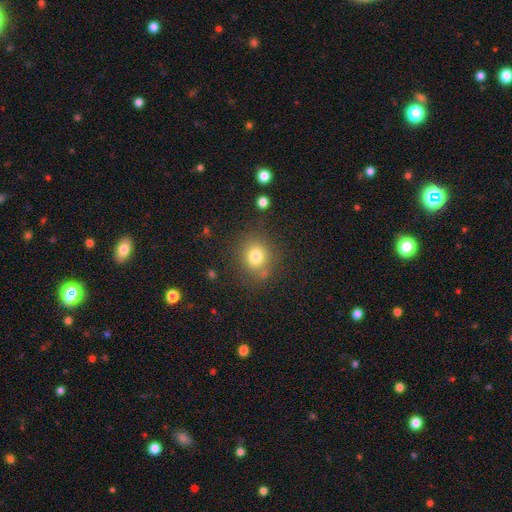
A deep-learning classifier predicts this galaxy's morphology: This appears to be a smooth galaxy with no disk features (78%) that is round (77%). Merging: none (78%).